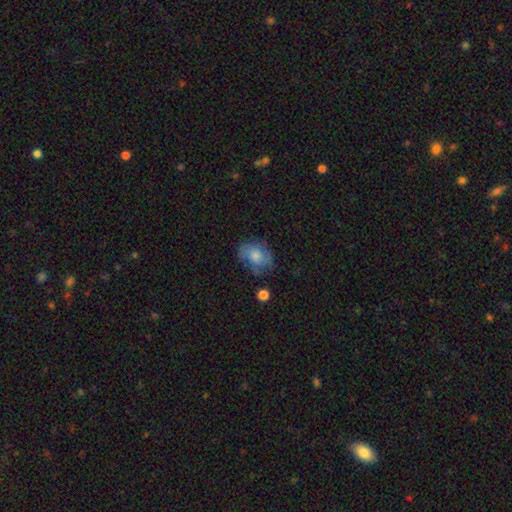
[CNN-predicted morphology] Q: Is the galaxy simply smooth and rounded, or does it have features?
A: smooth — 61%.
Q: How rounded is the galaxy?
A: in between — 66%.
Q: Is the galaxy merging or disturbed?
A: none — 60%.